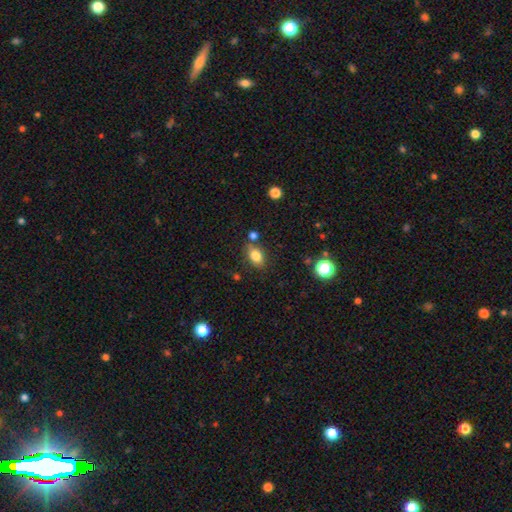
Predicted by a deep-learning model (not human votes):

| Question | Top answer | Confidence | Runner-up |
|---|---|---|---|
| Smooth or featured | smooth | 82% | star or artifact (10%) |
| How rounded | in between | 81% | round (17%) |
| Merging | none | 74% | minor disturbance (13%) |